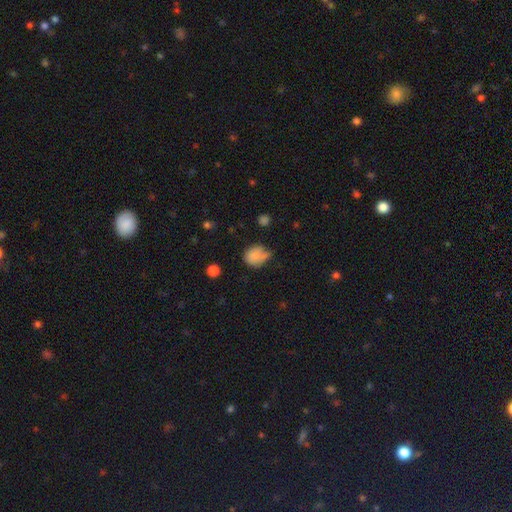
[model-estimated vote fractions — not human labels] A smooth galaxy with no disk features (80%) that is round (58%). Merging: none (41%).